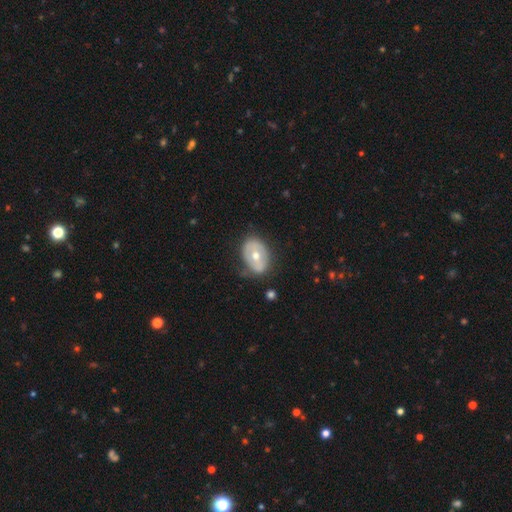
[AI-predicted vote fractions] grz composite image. It shows a featured or disk galaxy (52%). Merging: none (67%).